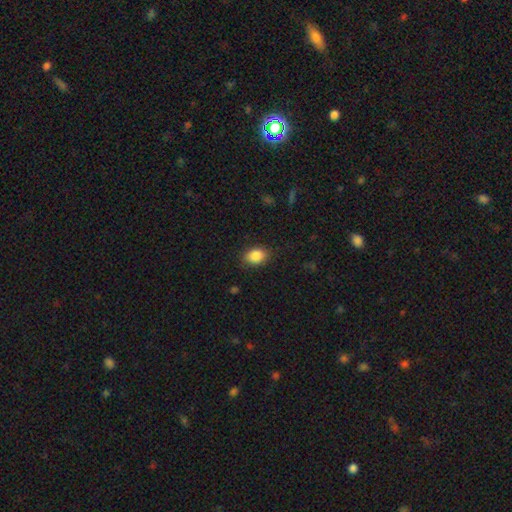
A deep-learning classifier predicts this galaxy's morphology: This is clearly a smooth galaxy (87%). How rounded: likely in between (74%). Merging: clearly none (85%).